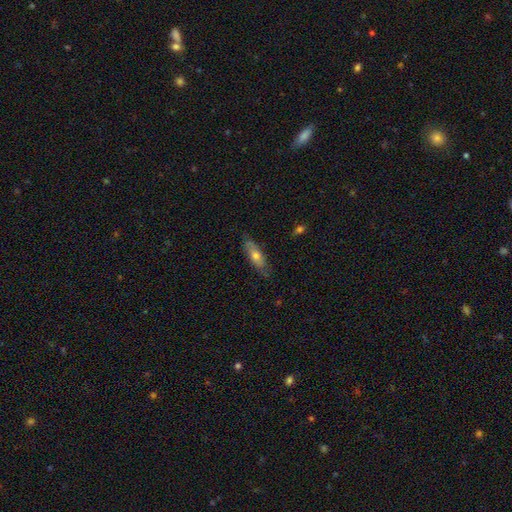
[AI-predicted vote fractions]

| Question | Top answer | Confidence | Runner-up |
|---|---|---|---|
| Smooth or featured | smooth | 59% | featured or disk (35%) |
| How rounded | in between | 57% | cigar-shaped (40%) |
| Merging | none | 76% | minor disturbance (19%) |